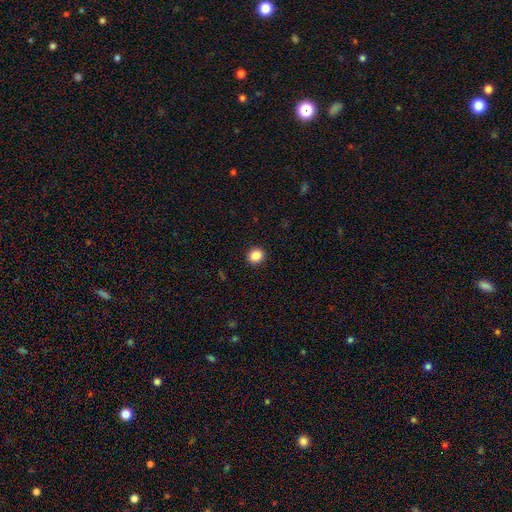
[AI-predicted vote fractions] Morphology: type=smooth (87%); roundness=round (81%); merging=none (92%).